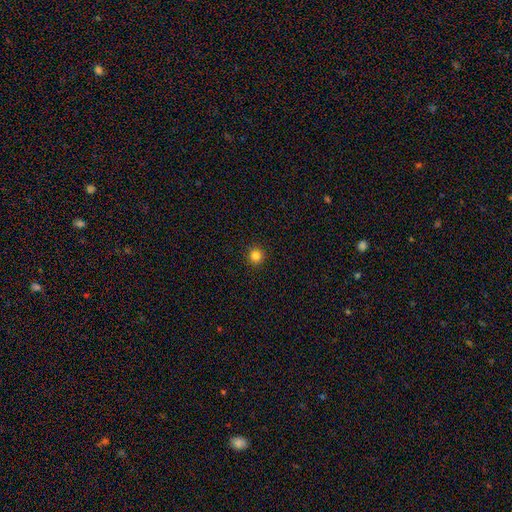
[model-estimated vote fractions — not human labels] Smooth or featured? smooth (83%)
How rounded? round (95%)
Merging? none (93%)